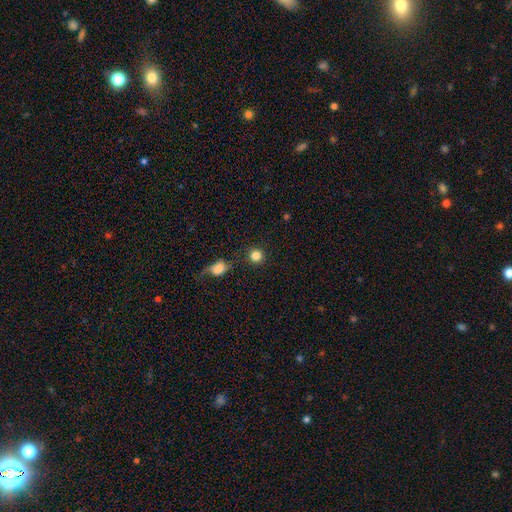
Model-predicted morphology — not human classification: Q: Smooth or featured?
A: smooth (84%); runner-up: star or artifact (10%)
Q: How rounded?
A: round (92%); runner-up: in between (7%)
Q: Merging?
A: none (84%); runner-up: minor disturbance (7%)